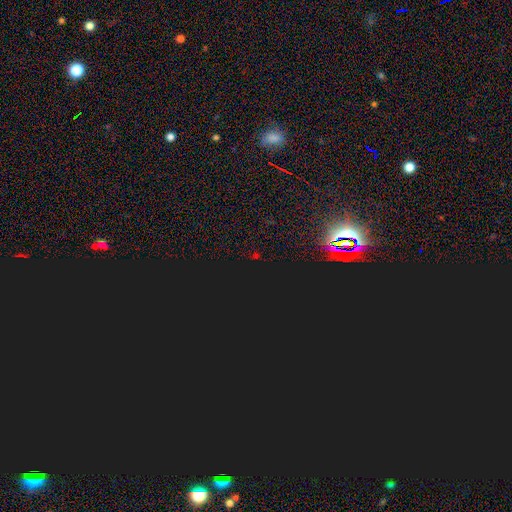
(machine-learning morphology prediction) Overall: star or artifact (79%).